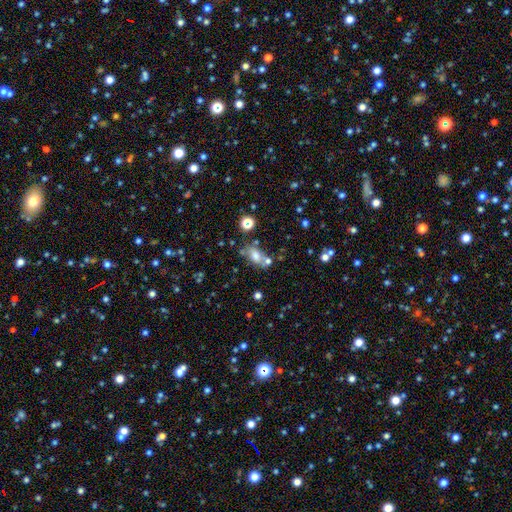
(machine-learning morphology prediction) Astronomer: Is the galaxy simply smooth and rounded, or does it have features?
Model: smooth — 62%.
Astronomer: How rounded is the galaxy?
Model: in between — 79%.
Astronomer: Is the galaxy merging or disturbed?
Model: none — 52%.